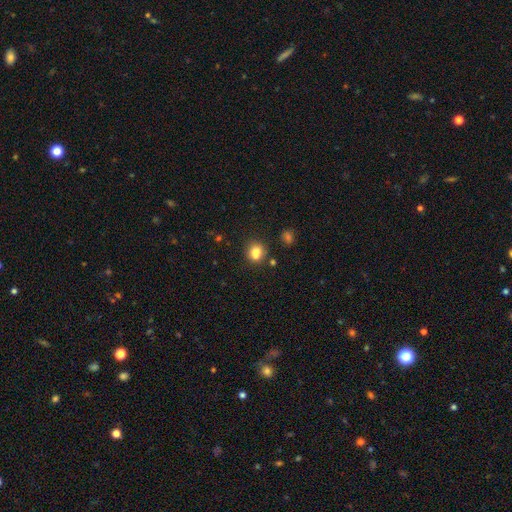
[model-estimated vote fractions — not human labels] This appears to be a smooth galaxy with no disk features (78%) that is round (72%). Merging: none (60%).